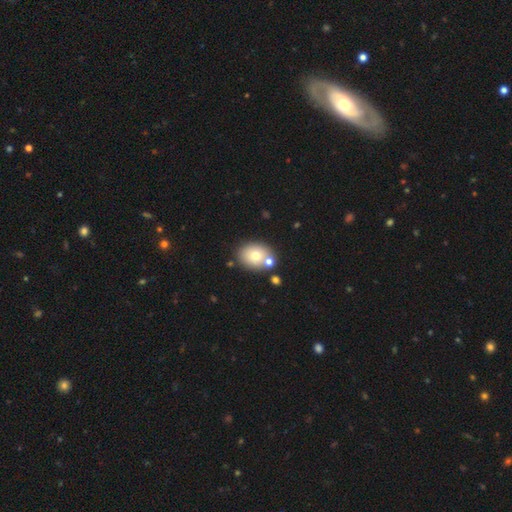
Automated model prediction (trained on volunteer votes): Smooth or featured?
  - smooth: 71% *
  - featured or disk: 19%
  - star or artifact: 11%
How rounded?
  - in between: 52% *
  - round: 47%
  - cigar-shaped: 1%
Merging?
  - none: 67% *
  - merger: 19%
  - minor disturbance: 11%
  - major disturbance: 3%